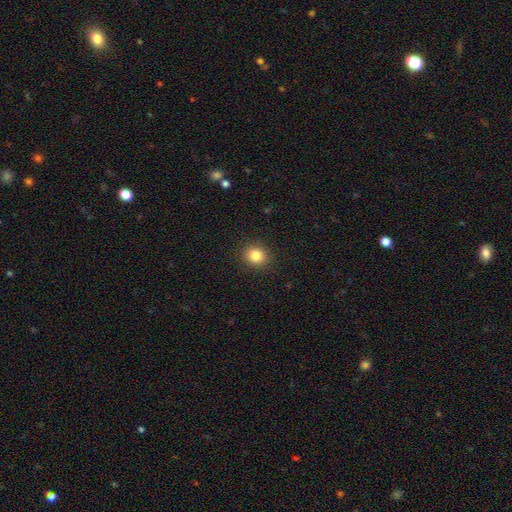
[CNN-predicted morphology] This is clearly a smooth galaxy (84%). How rounded: likely round (75%). Merging: clearly none (90%).